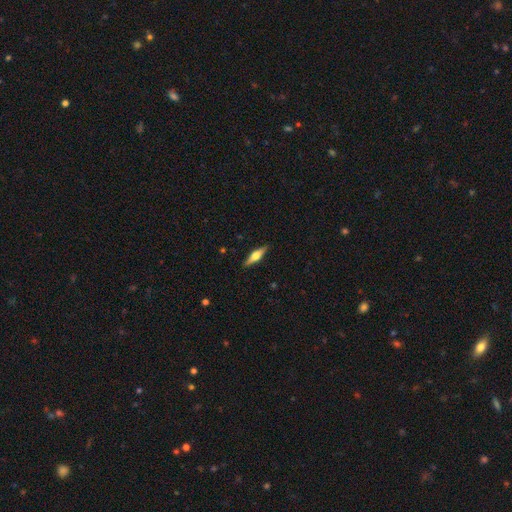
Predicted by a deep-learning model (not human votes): Morphology: type=featured or disk (57%); edge-on=yes (95%); edge-on bulge=rounded (91%); merging=none (89%).